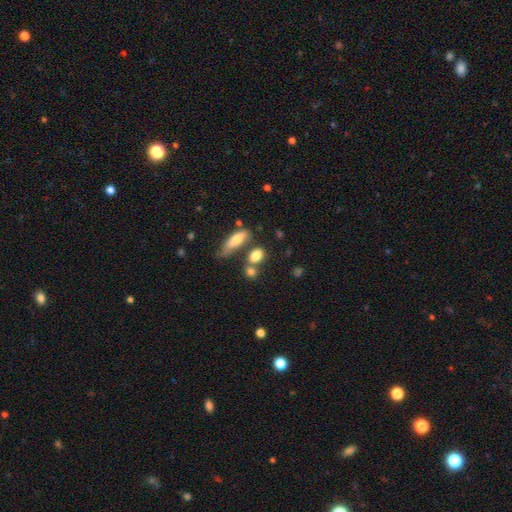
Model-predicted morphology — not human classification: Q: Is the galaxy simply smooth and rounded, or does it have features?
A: smooth — 80%.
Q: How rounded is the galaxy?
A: in between — 60%.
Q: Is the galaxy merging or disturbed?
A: none — 52%.